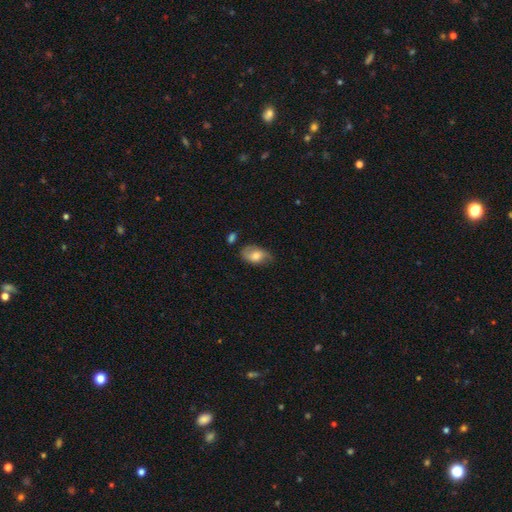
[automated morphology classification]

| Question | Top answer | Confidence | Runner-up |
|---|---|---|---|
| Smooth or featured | smooth | 62% | featured or disk (30%) |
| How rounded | in between | 88% | round (10%) |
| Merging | none | 60% | minor disturbance (28%) |